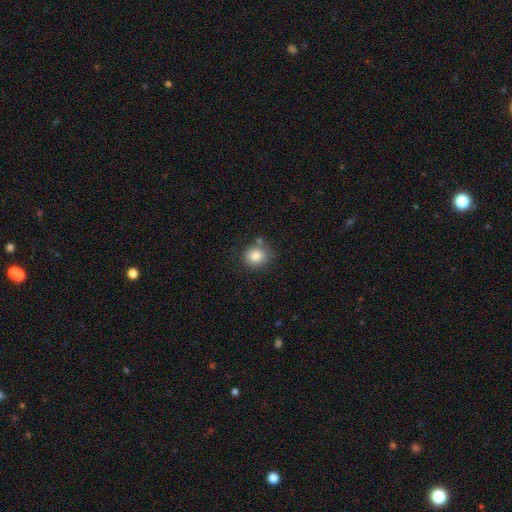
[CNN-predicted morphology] Smooth or featured? Predicted: smooth (p=0.83). How rounded? Predicted: round (p=0.77). Merging? Predicted: none (p=0.74).